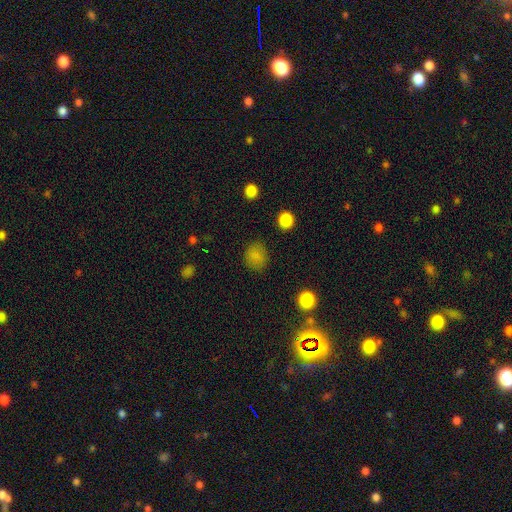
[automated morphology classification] Q: Smooth or featured?
A: smooth (81%); runner-up: star or artifact (13%)
Q: How rounded?
A: round (73%); runner-up: in between (26%)
Q: Merging?
A: none (83%); runner-up: minor disturbance (11%)